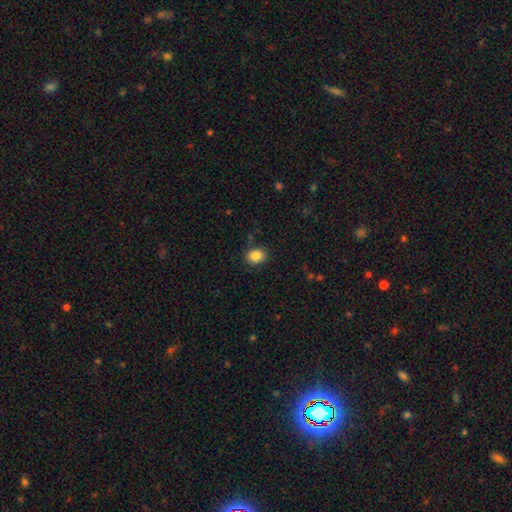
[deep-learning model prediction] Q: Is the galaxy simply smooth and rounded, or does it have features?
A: smooth — 86%.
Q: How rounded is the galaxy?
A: round — 51%.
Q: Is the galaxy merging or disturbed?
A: none — 85%.